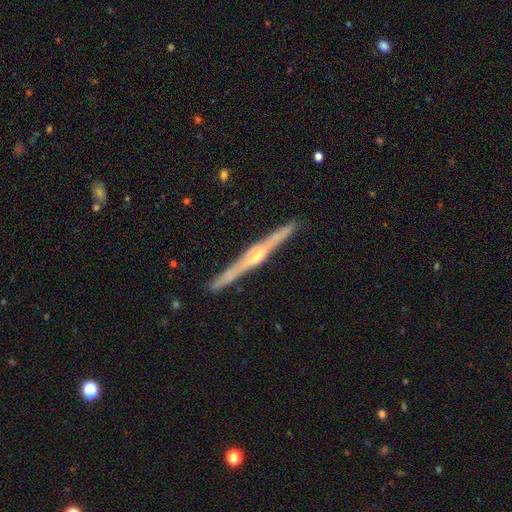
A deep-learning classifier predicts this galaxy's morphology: A featured or disk galaxy (85%) viewed edge-on (99%) with a rounded central bulge (78%).

Vote fractions:
- Smooth or featured? featured or disk: 85% / smooth: 10% / star or artifact: 5%
- Edge-on disk? yes: 99% / no: 1%
- Edge-on bulge? rounded: 78% / boxy: 12% / none: 9%
- Merging? none: 92% / minor disturbance: 6% / major disturbance: 1% / merger: 1%